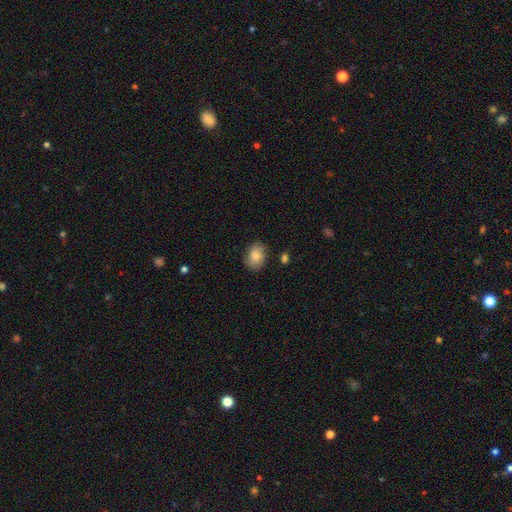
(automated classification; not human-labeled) Smooth or featured? smooth (80%)
How rounded? in between (72%)
Merging? none (81%)